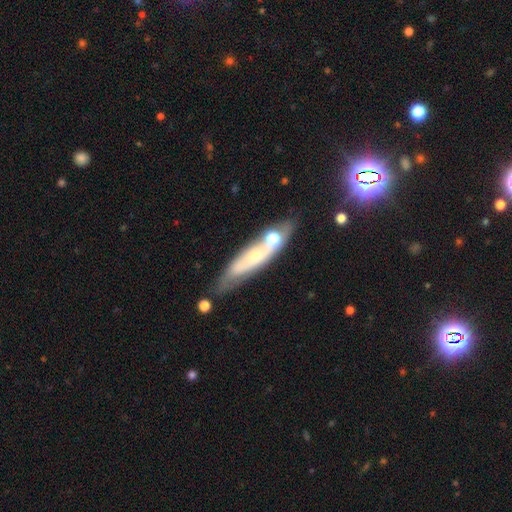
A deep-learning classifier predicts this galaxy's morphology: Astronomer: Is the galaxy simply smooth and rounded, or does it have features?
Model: featured or disk — 55% (runner-up: smooth, 36%).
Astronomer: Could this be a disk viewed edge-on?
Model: no — 54% (runner-up: yes, 46%).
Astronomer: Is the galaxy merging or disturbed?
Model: none — 56%.